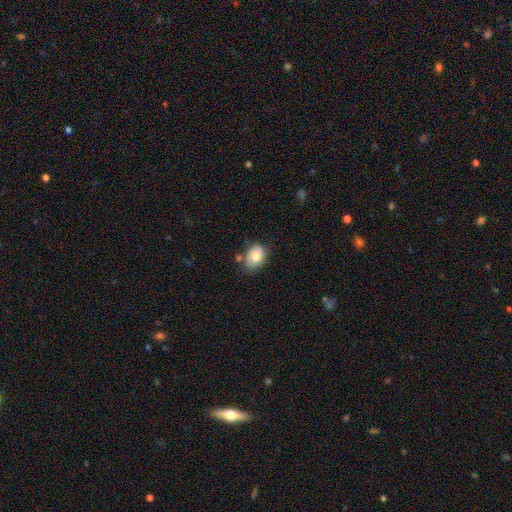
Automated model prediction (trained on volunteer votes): This is likely a smooth galaxy (75%). How rounded: likely in between (71%). Merging: possibly none (59%).